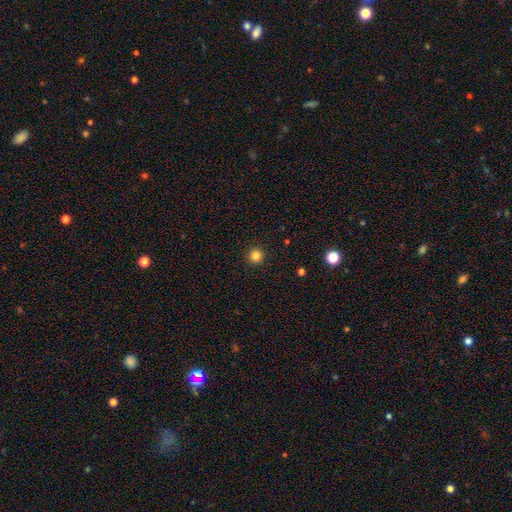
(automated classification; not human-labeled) Smooth or featured?
  - smooth: 84% *
  - star or artifact: 12%
  - featured or disk: 4%
How rounded?
  - round: 96% *
  - in between: 3%
  - cigar-shaped: 1%
Merging?
  - none: 93% *
  - minor disturbance: 4%
  - major disturbance: 2%
  - merger: 1%